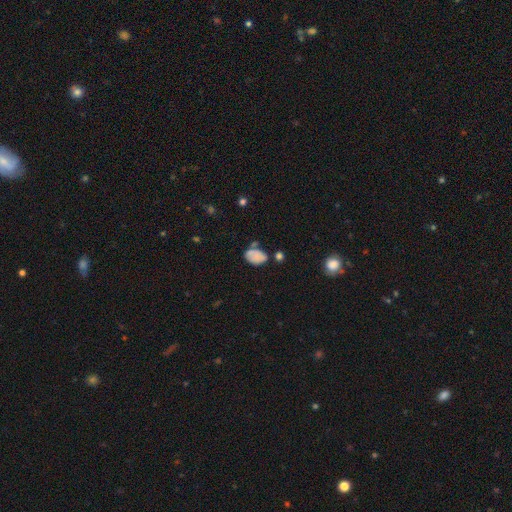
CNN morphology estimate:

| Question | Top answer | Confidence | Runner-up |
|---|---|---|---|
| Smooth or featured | smooth | 78% | featured or disk (12%) |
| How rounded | in between | 84% | round (14%) |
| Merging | none | 52% | minor disturbance (25%) |